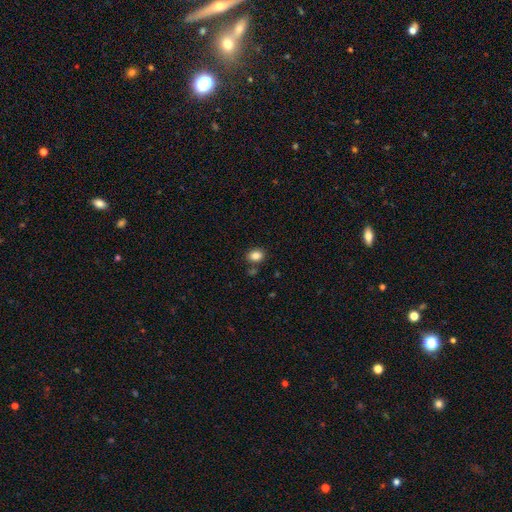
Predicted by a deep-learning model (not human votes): Q: Smooth or featured?
A: smooth (85%); runner-up: star or artifact (10%)
Q: How rounded?
A: in between (63%); runner-up: round (36%)
Q: Merging?
A: none (81%); runner-up: minor disturbance (10%)